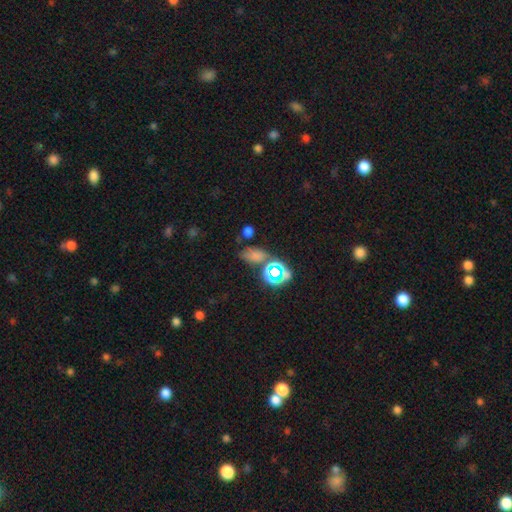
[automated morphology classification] The model was most divided on "smooth or featured": smooth: 56%, star or artifact: 34%, featured or disk: 10%. More confident: how rounded — in between (76%); merging — none (56%).